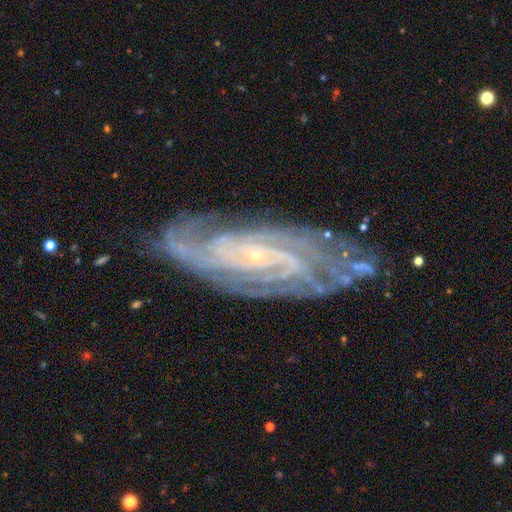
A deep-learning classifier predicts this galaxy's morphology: This is clearly a featured or disk galaxy (88%). It is clearly not viewed edge-on (91%). Bar: possibly no (57%). Spiral arm pattern: clearly yes (98%). Spiral arm count: marginally can't tell (24%). Spiral winding: likely tight (69%). Central bulge: clearly small (85%). Merging: likely none (78%).